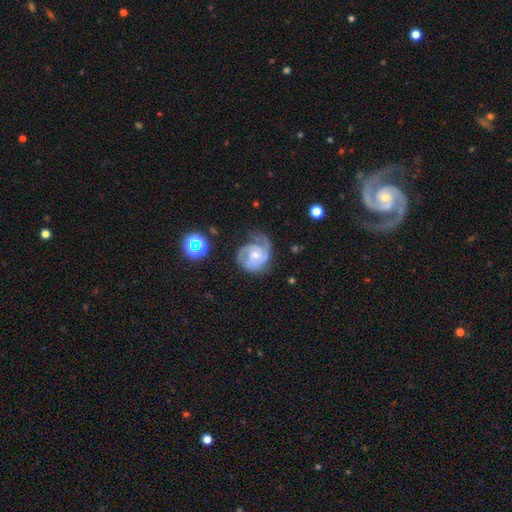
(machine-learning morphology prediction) type=featured or disk (82%); edge-on=no (98%); bar=no (67%); spiral arms=yes (95%); winding=tight (52%); arm count=2 (39%); bulge=small (49%); merging=none (53%).